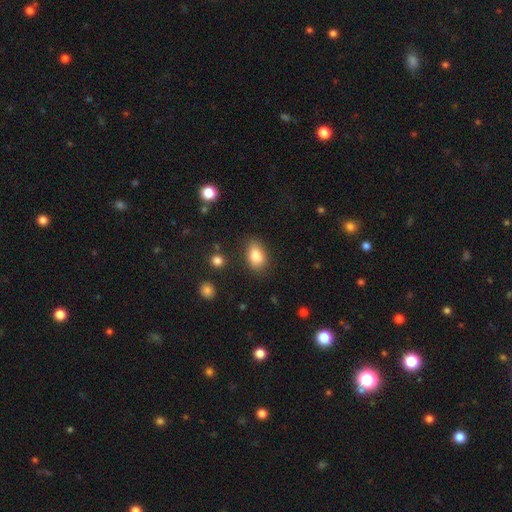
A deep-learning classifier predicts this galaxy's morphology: This is clearly a smooth galaxy (84%). How rounded: clearly in between (87%). Merging: likely none (77%).